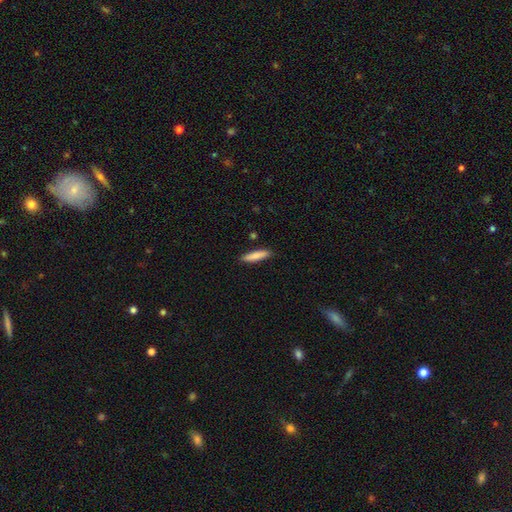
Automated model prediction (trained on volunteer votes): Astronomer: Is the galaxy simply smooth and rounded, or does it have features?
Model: smooth — 81%.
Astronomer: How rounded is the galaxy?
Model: cigar-shaped — 80%.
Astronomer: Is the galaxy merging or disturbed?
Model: none — 88%.